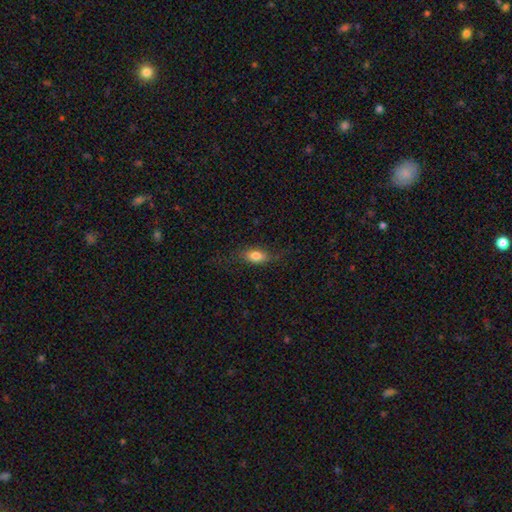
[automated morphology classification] type=smooth (76%); roundness=in between (81%); merging=none (70%).